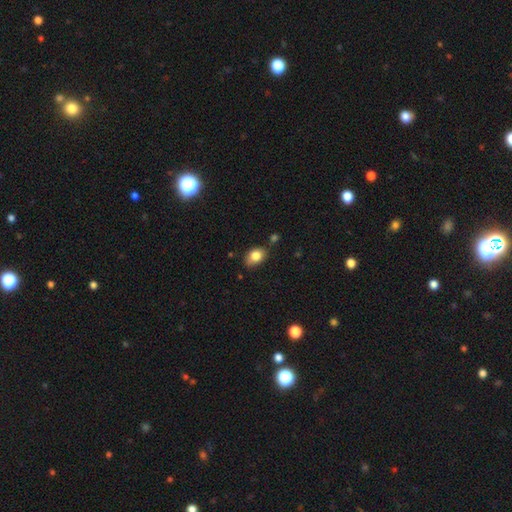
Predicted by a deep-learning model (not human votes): This appears to be a smooth galaxy with no disk features (82%) that is in between round and cigar-shaped (77%). Merging: none (68%).